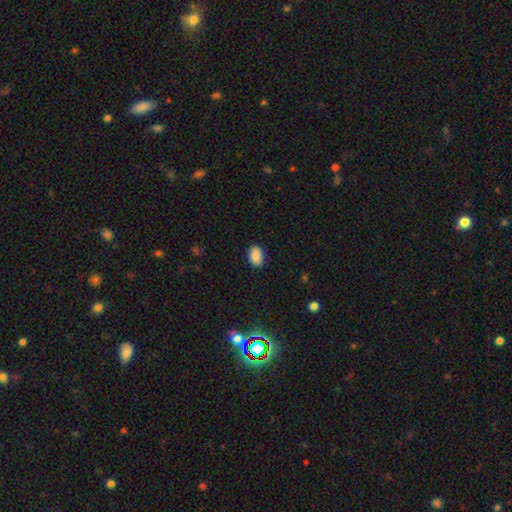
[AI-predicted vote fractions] The model was most divided on "merging": none: 87%, minor disturbance: 10%, major disturbance: 2%, merger: 1%. More confident: smooth or featured — smooth (89%); how rounded — in between (88%).